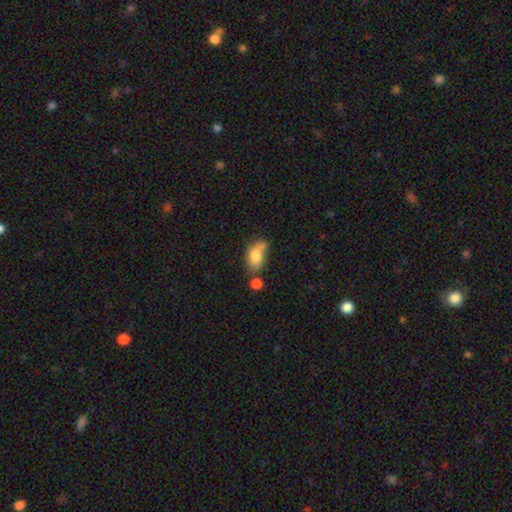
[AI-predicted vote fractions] smooth-or-featured: smooth: 74% | featured or disk: 17% | star or artifact: 9%
  how-rounded: in between: 86% | round: 11% | cigar-shaped: 3%
  merging: none: 32% | merger: 26% | minor disturbance: 25% | major disturbance: 17%